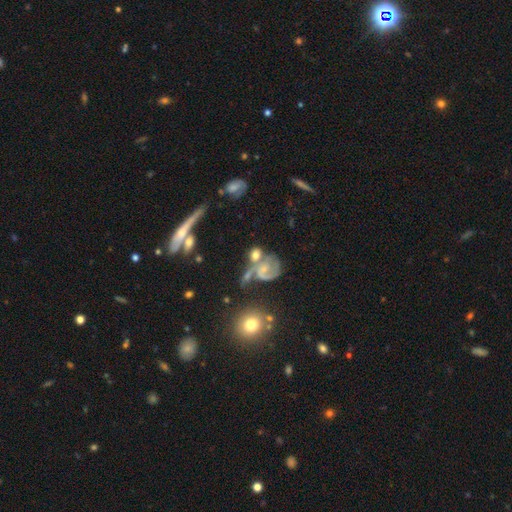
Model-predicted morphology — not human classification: A featured or disk galaxy (58%) with no bar (63%), spiral arms (80%) and a small central bulge (51%).

Vote fractions:
- Smooth or featured? featured or disk: 58% / smooth: 31% / star or artifact: 11%
- Edge-on disk? no: 94% / yes: 6%
- Bar? no: 63% / weak: 29% / strong: 8%
- Spiral arms? yes: 80% / no: 20%
- Bulge size? small: 51% / moderate: 24% / none: 18% / large: 5% / dominant: 2%
- Merging? merger: 39% / none: 31% / major disturbance: 15% / minor disturbance: 15%